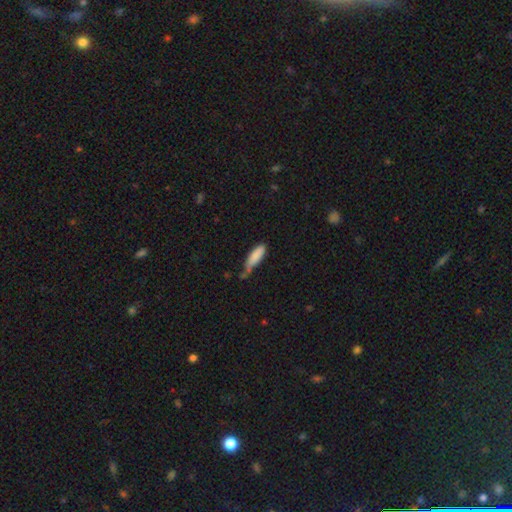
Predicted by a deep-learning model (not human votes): This appears to be a smooth galaxy with no disk features (85%) that is cigar-shaped (51%). Merging: none (41%).